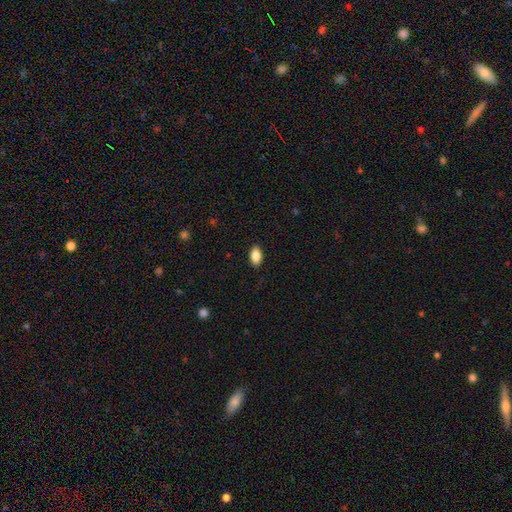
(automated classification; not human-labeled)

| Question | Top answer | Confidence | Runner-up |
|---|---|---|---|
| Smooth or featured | smooth | 87% | star or artifact (7%) |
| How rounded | in between | 92% | round (5%) |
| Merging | none | 88% | minor disturbance (9%) |